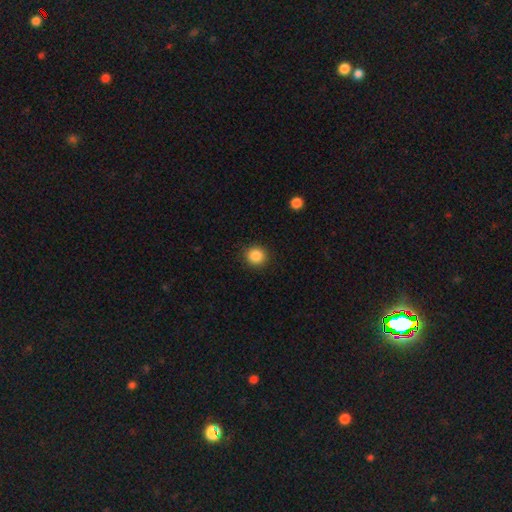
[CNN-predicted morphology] This appears to be a smooth galaxy with no disk features (86%) that is round (92%). Merging: none (91%).